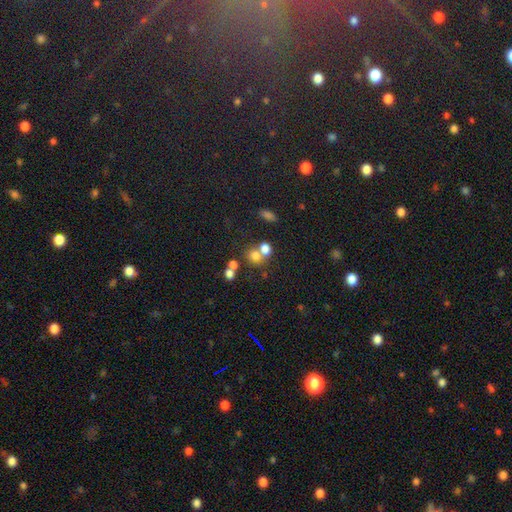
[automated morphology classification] This appears to be a smooth galaxy with no disk features (70%) that is round (72%). Merging: merger (46%).